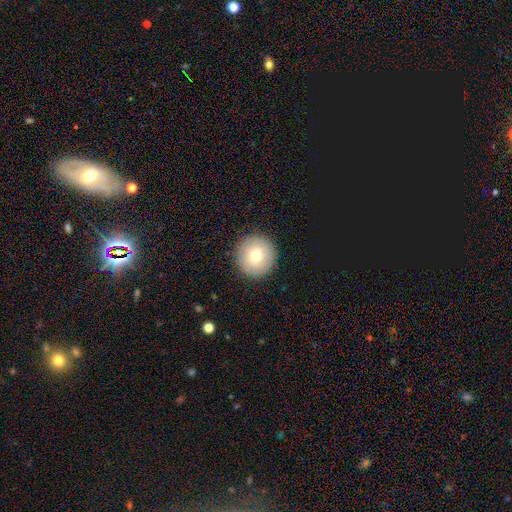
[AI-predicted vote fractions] Q: Smooth or featured?
A: smooth (75%); runner-up: featured or disk (15%)
Q: How rounded?
A: round (95%); runner-up: in between (4%)
Q: Merging?
A: none (91%); runner-up: minor disturbance (6%)